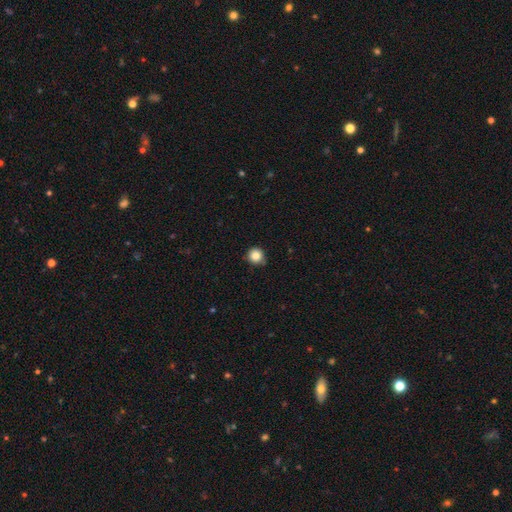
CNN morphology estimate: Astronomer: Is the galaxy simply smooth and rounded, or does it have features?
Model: smooth — 86%.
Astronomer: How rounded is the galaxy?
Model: round — 94%.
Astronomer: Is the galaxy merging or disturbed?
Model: none — 86%.